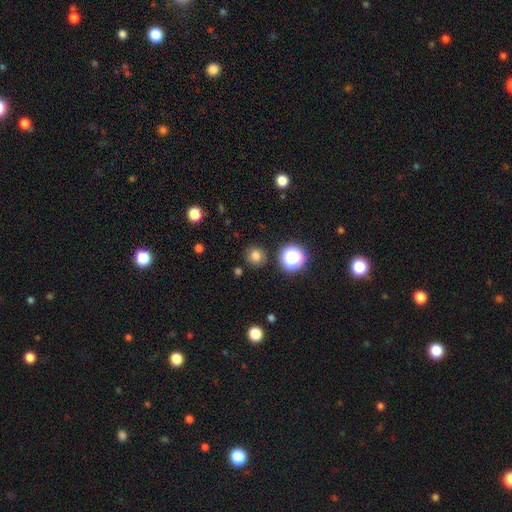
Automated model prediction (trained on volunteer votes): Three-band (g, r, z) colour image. It shows a smooth galaxy with no disk features (77%) that is round (91%). Merging: none (87%).